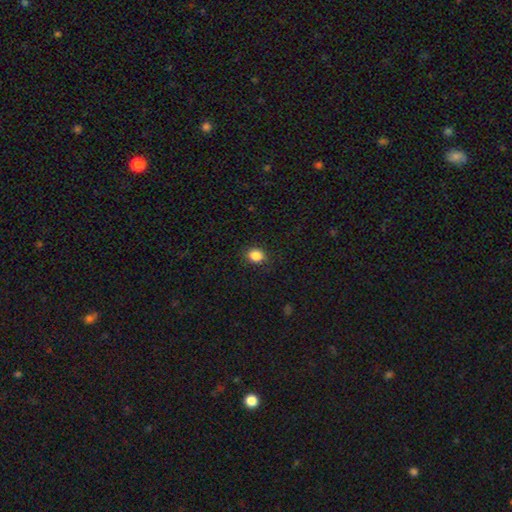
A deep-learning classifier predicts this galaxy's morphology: Overall: smooth (86%). How rounded: round (62%; in between 37%). Merging: none (86%).